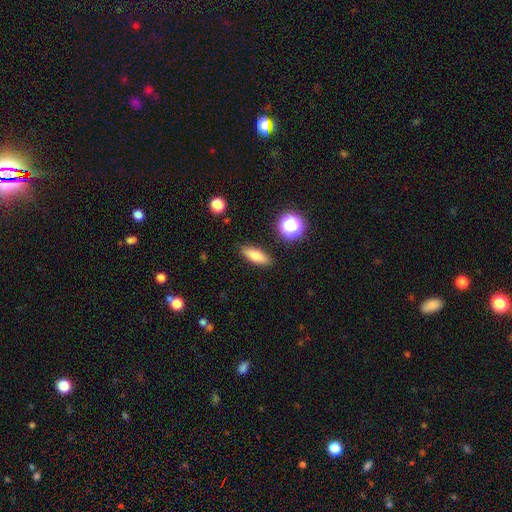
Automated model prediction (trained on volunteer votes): Smooth or featured?
  - smooth: 75% *
  - featured or disk: 15%
  - star or artifact: 9%
How rounded?
  - in between: 51% *
  - cigar-shaped: 44%
  - round: 5%
Merging?
  - none: 87% *
  - minor disturbance: 9%
  - major disturbance: 2%
  - merger: 2%